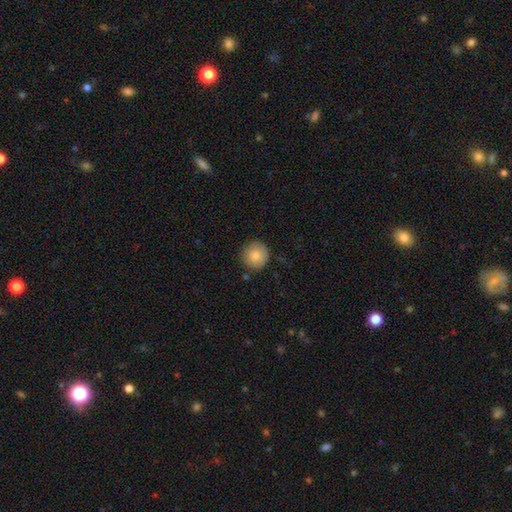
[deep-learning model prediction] Overall: smooth (84%). How rounded: round (95%). Merging: none (87%).